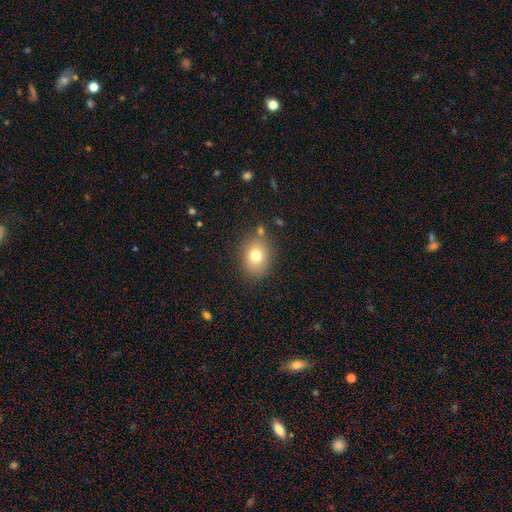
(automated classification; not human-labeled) This appears to be a smooth galaxy with no disk features (78%) that is in between round and cigar-shaped (50%). Merging: none (80%).